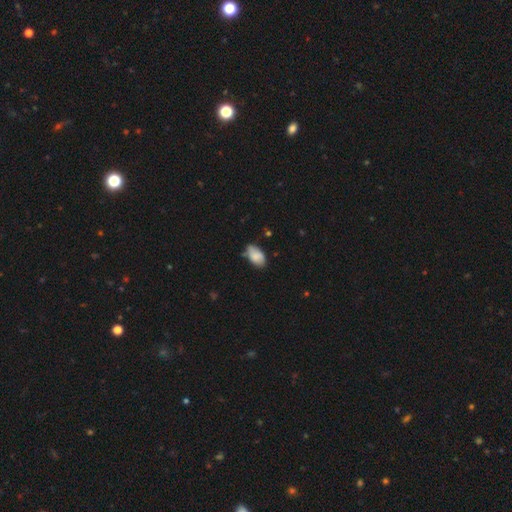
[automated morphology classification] Smooth or featured? Predicted: smooth (p=0.81). How rounded? Predicted: in between (p=0.93). Merging? Predicted: none (p=0.58).